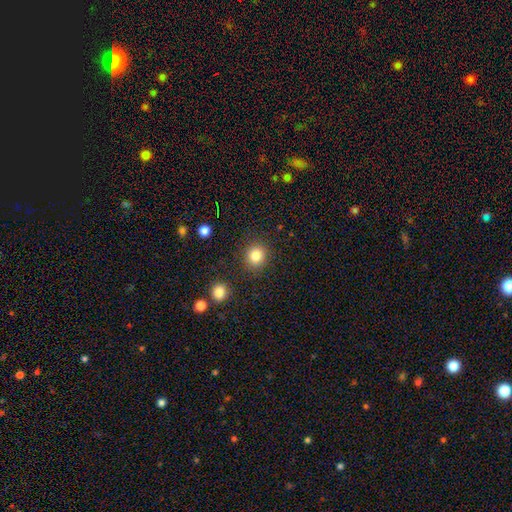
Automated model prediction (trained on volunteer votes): Morphology: type=smooth (84%); roundness=round (85%); merging=none (87%).